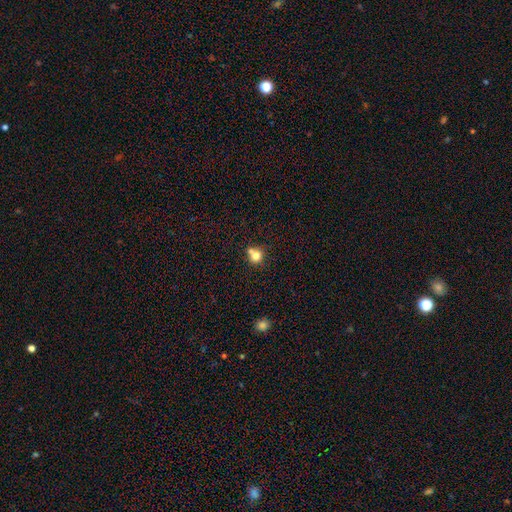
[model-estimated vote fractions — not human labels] Smooth or featured?
  - smooth: 77% *
  - star or artifact: 12%
  - featured or disk: 11%
How rounded?
  - round: 85% *
  - in between: 14%
  - cigar-shaped: 1%
Merging?
  - none: 48% *
  - merger: 38%
  - minor disturbance: 10%
  - major disturbance: 4%